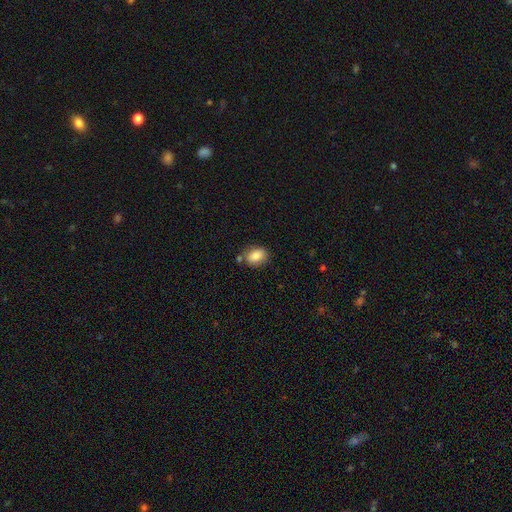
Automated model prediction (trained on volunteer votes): Overall: smooth (85%). How rounded: in between (73%). Merging: none (70%).